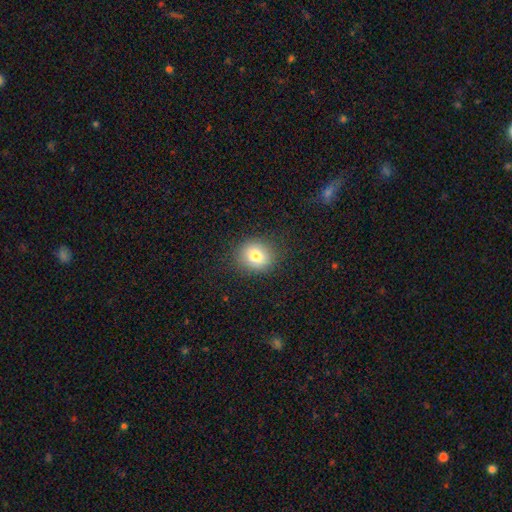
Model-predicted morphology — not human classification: This is likely a smooth galaxy (79%). How rounded: likely round (76%). Merging: clearly none (87%).